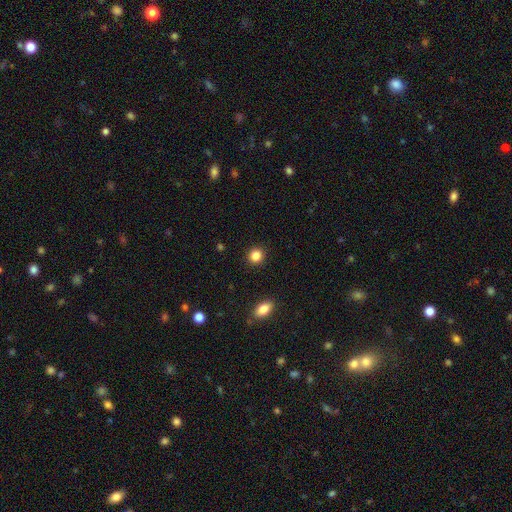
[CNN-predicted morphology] This appears to be a smooth galaxy with no disk features (85%) that is round (89%). Merging: none (92%).